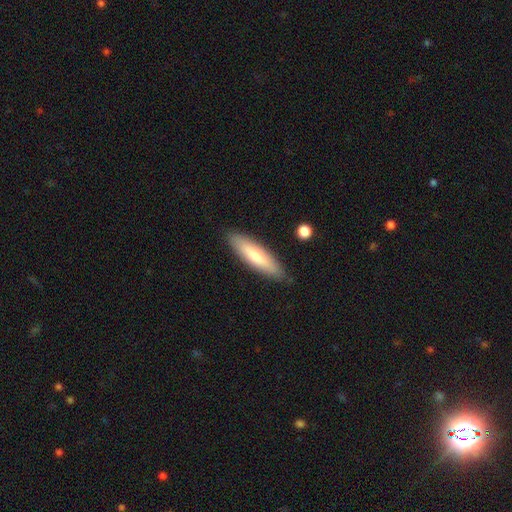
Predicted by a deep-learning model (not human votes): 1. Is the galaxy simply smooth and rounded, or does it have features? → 71% smooth, 24% featured or disk, 5% star or artifact.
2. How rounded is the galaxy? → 69% cigar-shaped, 30% in between, 1% round.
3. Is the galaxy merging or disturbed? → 86% none, 10% minor disturbance, 2% major disturbance, 1% merger.